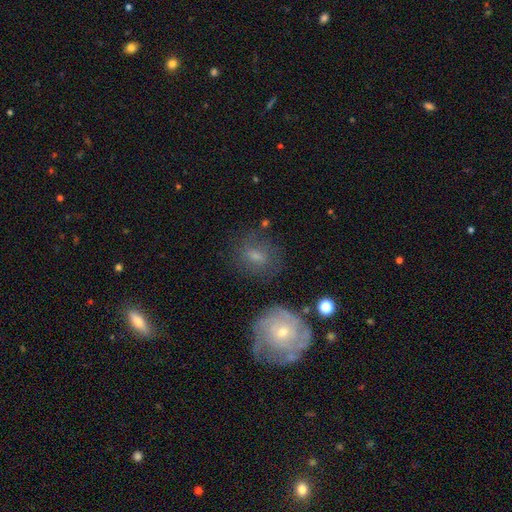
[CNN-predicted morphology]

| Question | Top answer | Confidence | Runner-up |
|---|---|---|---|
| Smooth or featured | smooth | 57% | featured or disk (31%) |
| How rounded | in between | 52% | round (45%) |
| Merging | none | 62% | minor disturbance (20%) |